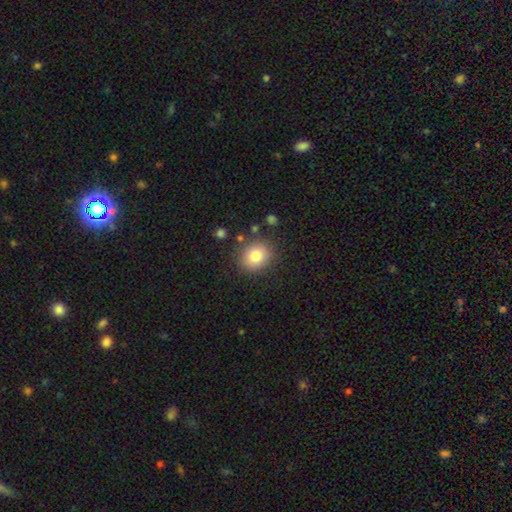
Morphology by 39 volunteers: smooth-or-featured: smooth: 77% | featured or disk: 15% | star or artifact: 8%
  how-rounded: round: 60% | in between: 40% | cigar-shaped: 0%
  merging: none: 89% | major disturbance: 6% | merger: 6% | minor disturbance: 0%